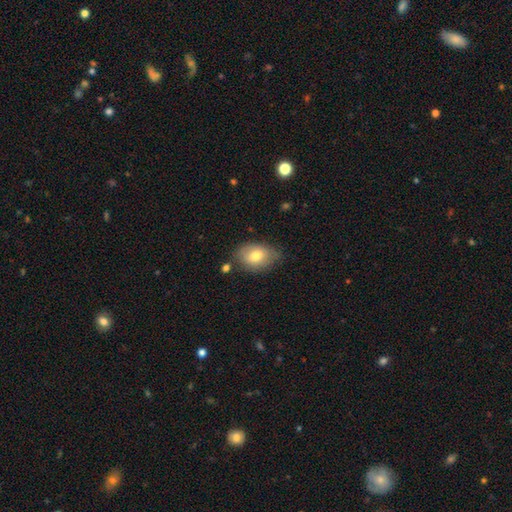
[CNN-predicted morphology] smooth 74%, featured or disk 18%, star or artifact 8%. Down the decision tree: how rounded — in between (81%); merging — none (68%).